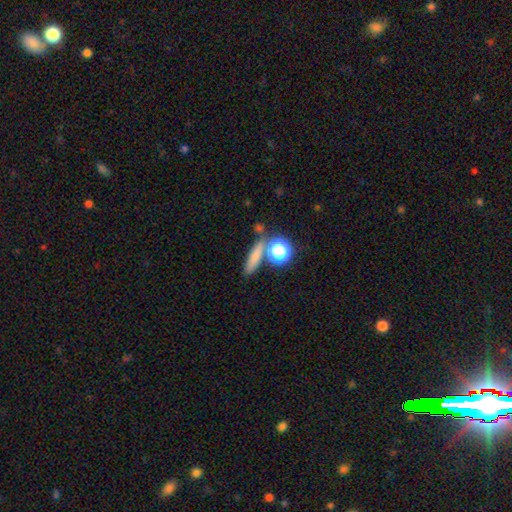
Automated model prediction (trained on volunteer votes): A smooth galaxy with no disk features (70%) that is cigar-shaped (59%).

Vote fractions:
- Smooth or featured? smooth: 70% / star or artifact: 17% / featured or disk: 13%
- How rounded? cigar-shaped: 59% / round: 22% / in between: 20%
- Merging? none: 71% / merger: 14% / minor disturbance: 10% / major disturbance: 4%